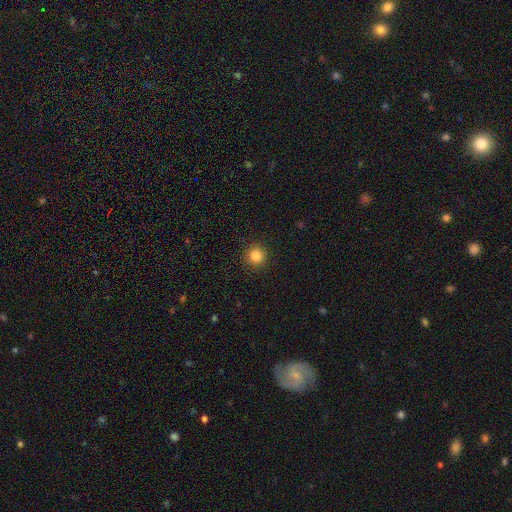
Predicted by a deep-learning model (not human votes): This appears to be a smooth galaxy with no disk features (84%) that is round (93%). Merging: none (92%).